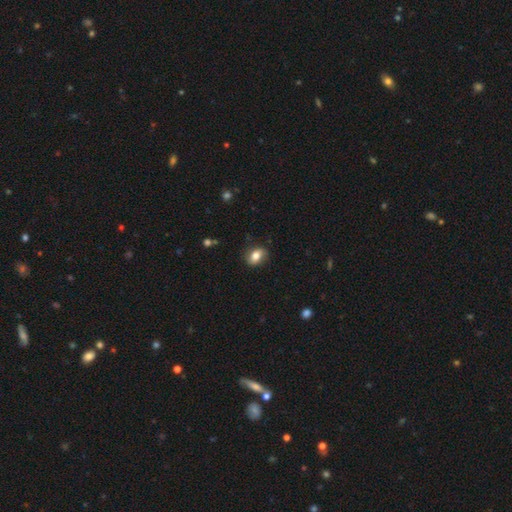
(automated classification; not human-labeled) The model was most divided on "how rounded": in between: 76%, round: 22%, cigar-shaped: 2%. More confident: merging — none (82%); smooth or featured — smooth (77%).